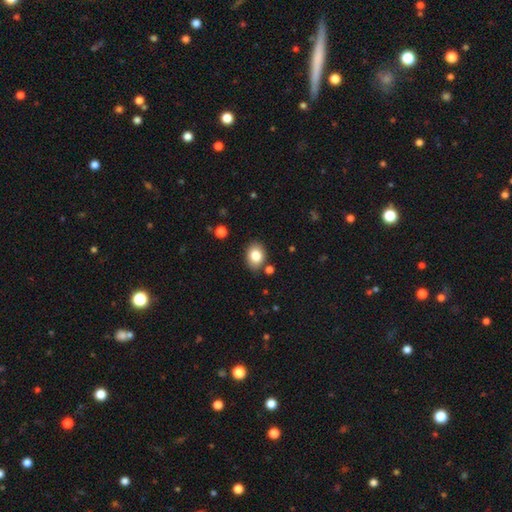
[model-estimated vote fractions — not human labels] smooth 83%, featured or disk 9%, star or artifact 9%. Down the decision tree: how rounded — in between (67%); merging — none (82%).